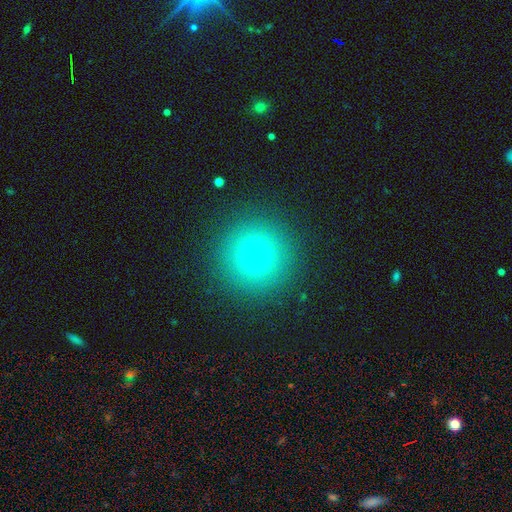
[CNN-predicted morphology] type=smooth (70%); roundness=round (96%); merging=none (84%).